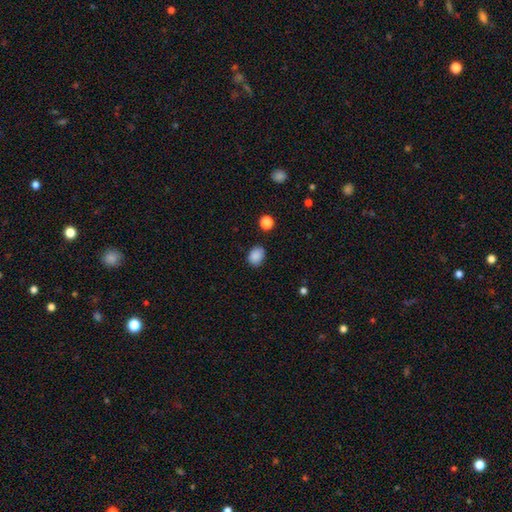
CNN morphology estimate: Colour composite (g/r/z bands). It shows a smooth galaxy with no disk features (87%) that is in between round and cigar-shaped (61%). Merging: none (79%).